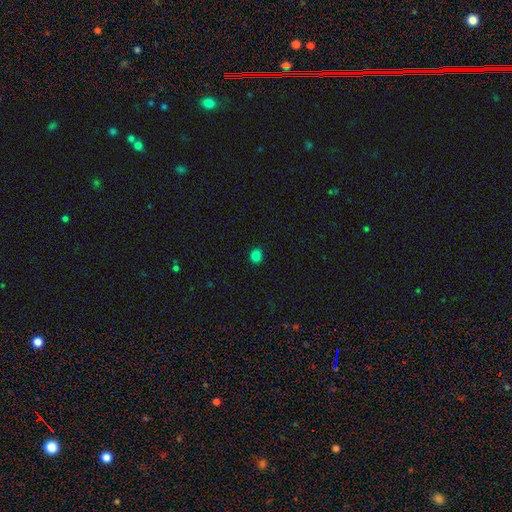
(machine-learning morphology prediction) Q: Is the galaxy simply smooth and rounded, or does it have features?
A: smooth — 82%.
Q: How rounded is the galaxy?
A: round — 66%.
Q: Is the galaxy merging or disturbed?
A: none — 90%.